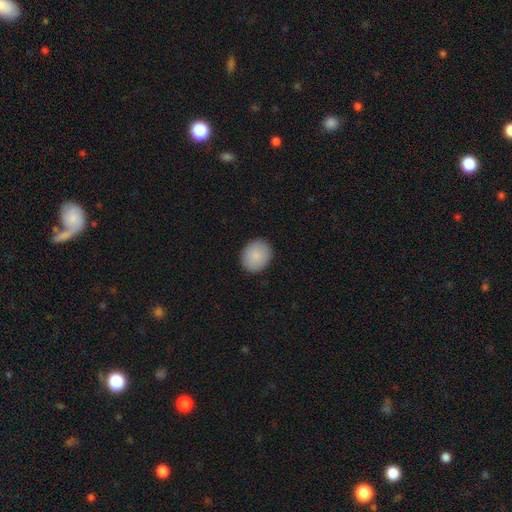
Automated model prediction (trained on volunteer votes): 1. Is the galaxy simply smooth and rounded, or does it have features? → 88% smooth, 7% star or artifact, 5% featured or disk.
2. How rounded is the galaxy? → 65% round, 34% in between, 1% cigar-shaped.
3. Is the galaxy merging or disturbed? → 89% none, 8% minor disturbance, 2% major disturbance, 1% merger.